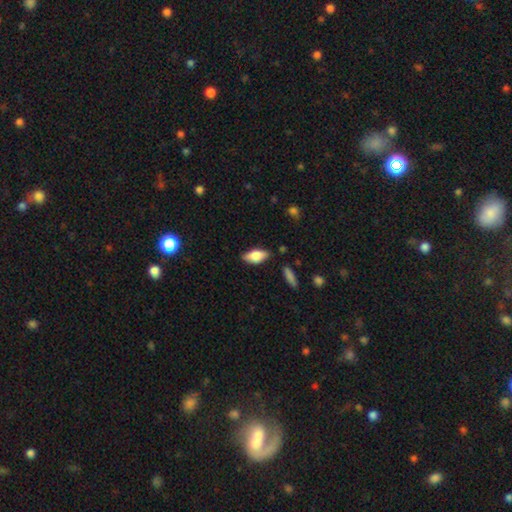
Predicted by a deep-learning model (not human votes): This appears to be a smooth galaxy with no disk features (77%) that is in between round and cigar-shaped (86%). Merging: none (81%).